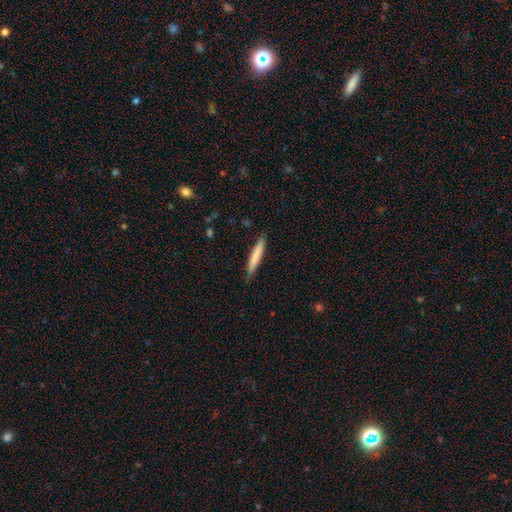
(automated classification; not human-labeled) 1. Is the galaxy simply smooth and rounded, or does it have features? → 77% smooth, 17% featured or disk, 6% star or artifact.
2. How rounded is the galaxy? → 94% cigar-shaped, 5% in between, 1% round.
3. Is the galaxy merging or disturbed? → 83% none, 13% minor disturbance, 2% major disturbance, 1% merger.